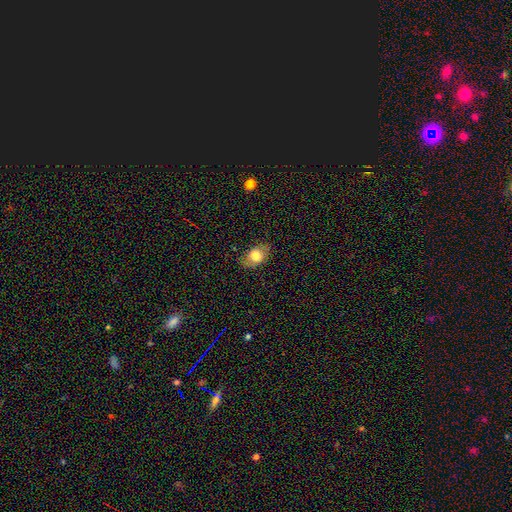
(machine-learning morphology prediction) A smooth galaxy with no disk features (73%) that is in between round and cigar-shaped (80%). Merging: none (77%).